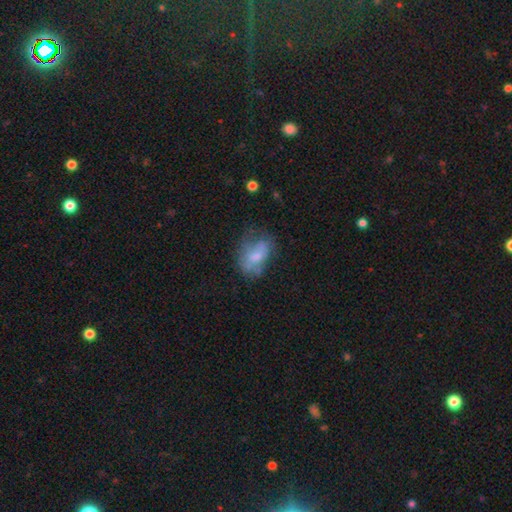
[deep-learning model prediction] Morphology: type=smooth (55%); roundness=in between (82%); merging=none (40%).